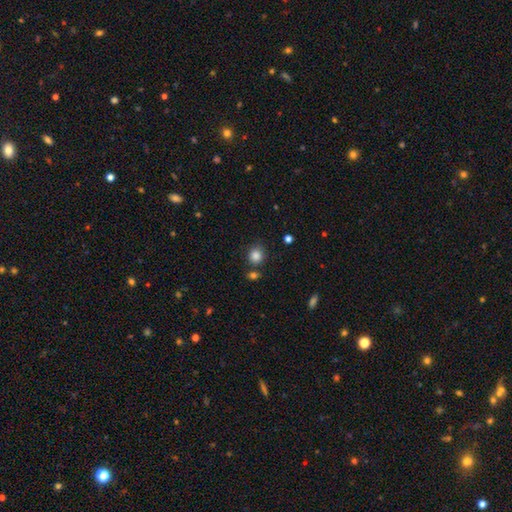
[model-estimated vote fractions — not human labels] smooth 85%, star or artifact 11%, featured or disk 4%. Down the decision tree: how rounded — round (83%); merging — none (76%).